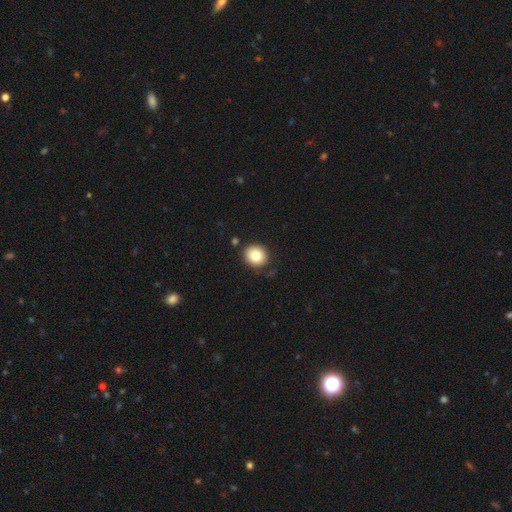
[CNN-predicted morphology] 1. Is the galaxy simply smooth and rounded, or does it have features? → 82% smooth, 9% star or artifact, 8% featured or disk.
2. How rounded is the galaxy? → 85% round, 14% in between, 1% cigar-shaped.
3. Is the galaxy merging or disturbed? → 84% none, 10% minor disturbance, 3% merger, 3% major disturbance.